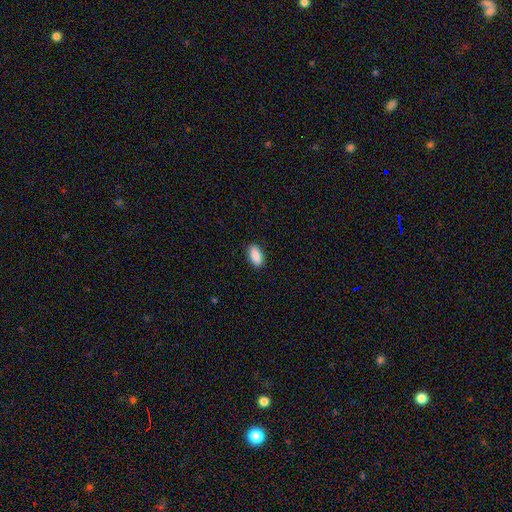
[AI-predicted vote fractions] This appears to be a smooth galaxy with no disk features (90%) that is in between round and cigar-shaped (91%). Merging: none (88%).